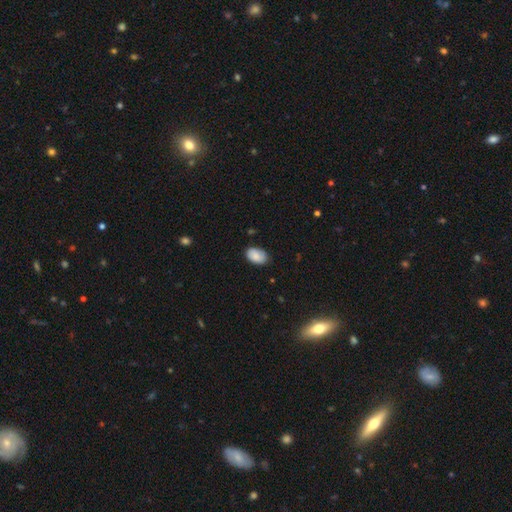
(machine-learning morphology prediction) The model was most divided on "merging": none: 82%, minor disturbance: 15%, major disturbance: 2%, merger: 1%. More confident: how rounded — in between (92%); smooth or featured — smooth (87%).